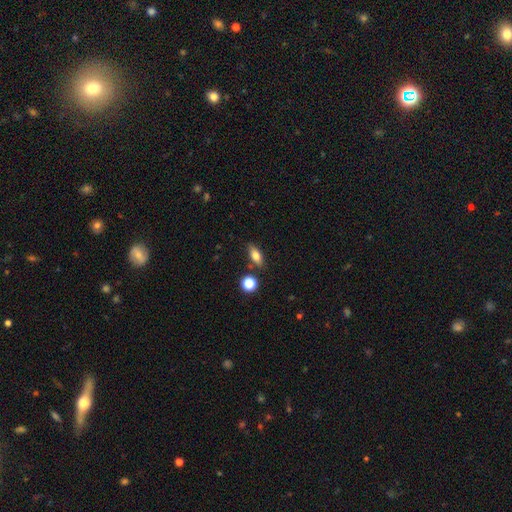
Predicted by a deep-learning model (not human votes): A smooth galaxy with no disk features (73%) that is in between round and cigar-shaped (74%). Merging: none (80%).